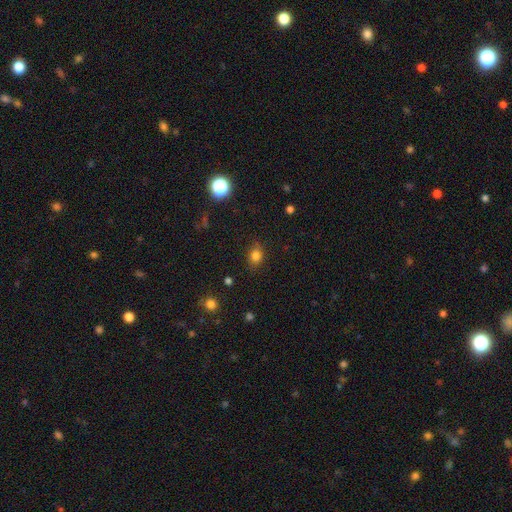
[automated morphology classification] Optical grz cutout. It shows a smooth galaxy with no disk features (80%) that is in between round and cigar-shaped (50%). Merging: none (81%).